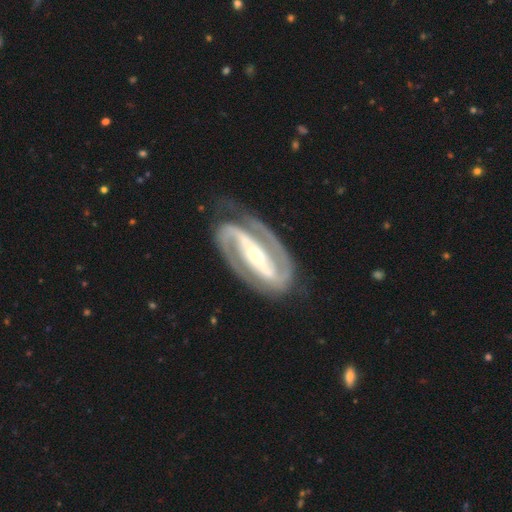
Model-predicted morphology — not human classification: Smooth or featured: featured or disk — 92% (smooth — 4%)
Edge-on disk: no — 96% (yes — 4%)
Bar: strong — 74% (weak — 15%)
Spiral arms: yes — 97% (no — 3%)
Spiral winding: tight — 46% (medium — 45%)
Spiral arm count: 2 — 92% (can't tell — 2%)
Bulge size: small — 56% (moderate — 39%)
Merging: none — 76% (minor disturbance — 15%)